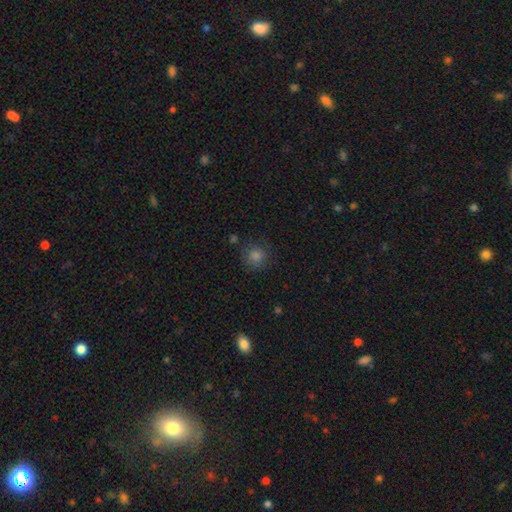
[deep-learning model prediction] This is likely a smooth galaxy (78%). How rounded: clearly round (91%). Merging: clearly none (84%).